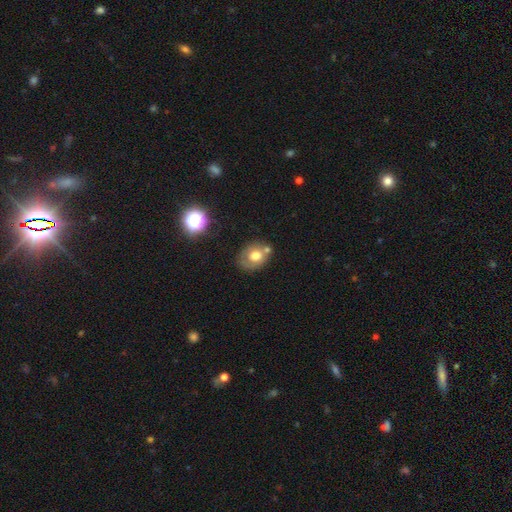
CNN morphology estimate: smooth 60%, featured or disk 29%, star or artifact 11%. Down the decision tree: how rounded — round (50%); merging — none (54%).